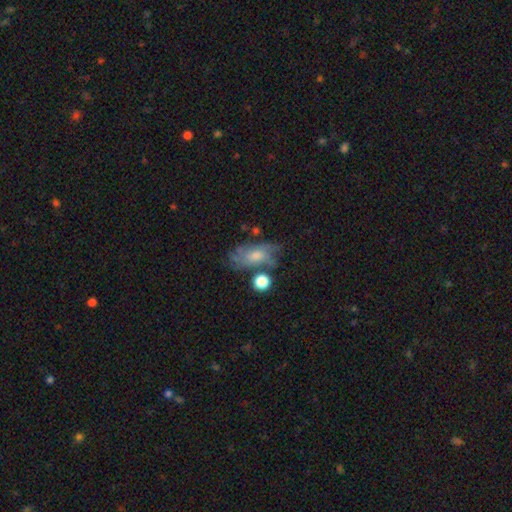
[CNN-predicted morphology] smooth-or-featured: featured or disk: 58% | smooth: 30% | star or artifact: 13%
  disk-edge-on: no: 93% | yes: 7%
    bar: no: 73% | weak: 23% | strong: 4%
    has-spiral-arms: yes: 77% | no: 23%
    bulge-size: moderate: 45% | small: 37% | none: 8% | large: 7% | dominant: 2%
  merging: none: 54% | minor disturbance: 22% | major disturbance: 15% | merger: 10%